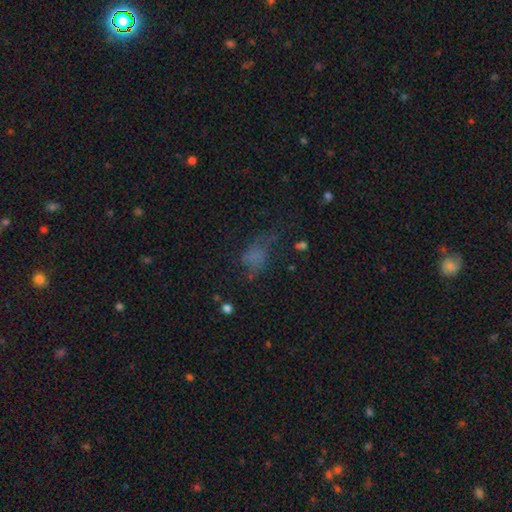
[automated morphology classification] type=smooth (54%); roundness=in between (72%); merging=major disturbance (37%).